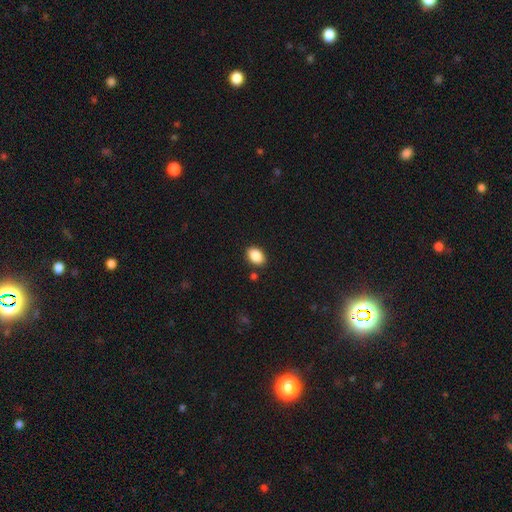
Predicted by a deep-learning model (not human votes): Smooth or featured? smooth (87%)
How rounded? in between (83%)
Merging? none (87%)